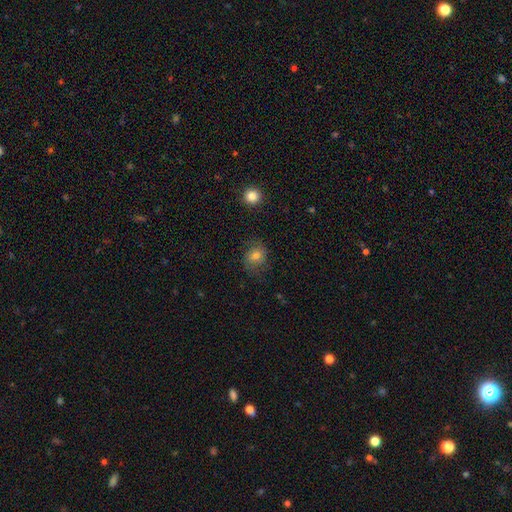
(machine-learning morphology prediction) Smooth or featured?
  - smooth: 62% *
  - featured or disk: 27%
  - star or artifact: 11%
How rounded?
  - round: 65% *
  - in between: 34%
  - cigar-shaped: 1%
Merging?
  - none: 67% *
  - minor disturbance: 20%
  - major disturbance: 11%
  - merger: 1%